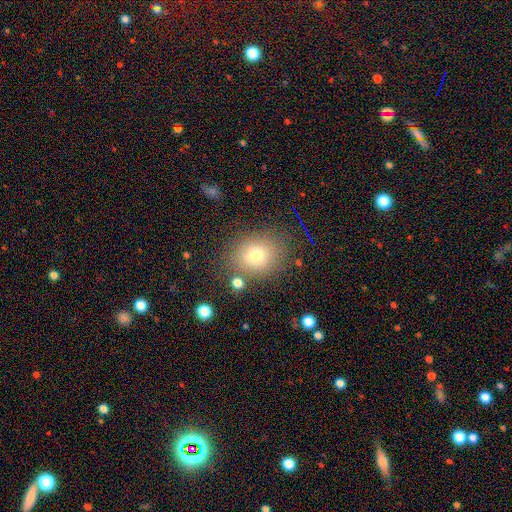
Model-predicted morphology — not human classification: Smooth or featured?
  - smooth: 72% *
  - star or artifact: 15%
  - featured or disk: 12%
How rounded?
  - round: 60% *
  - in between: 39%
  - cigar-shaped: 1%
Merging?
  - none: 79% *
  - minor disturbance: 12%
  - merger: 5%
  - major disturbance: 5%